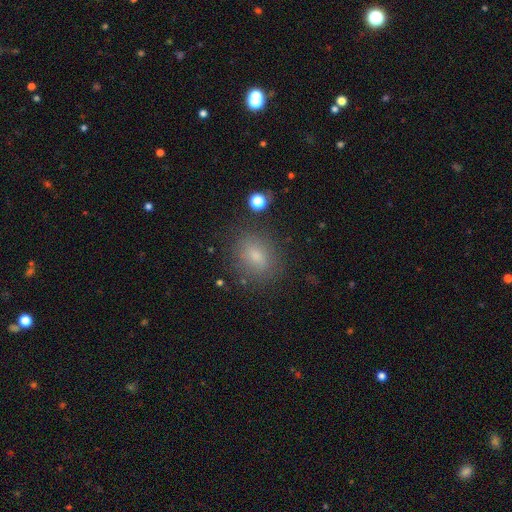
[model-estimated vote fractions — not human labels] smooth 75%, featured or disk 13%, star or artifact 12%. Down the decision tree: how rounded — in between (60%); merging — none (80%).